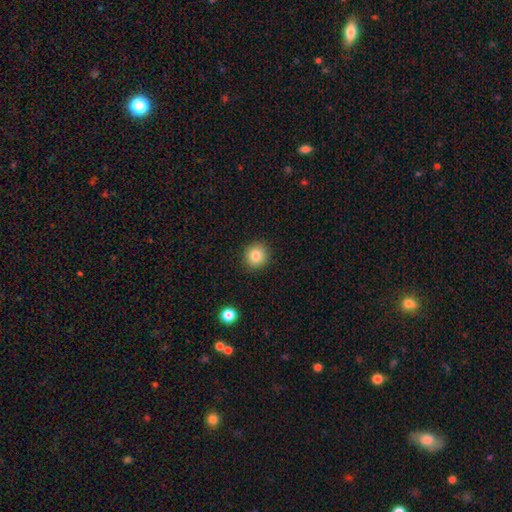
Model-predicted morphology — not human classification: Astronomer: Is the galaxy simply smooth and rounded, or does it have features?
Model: smooth — 84%.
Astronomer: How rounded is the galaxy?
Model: round — 93%.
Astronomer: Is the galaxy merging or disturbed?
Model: none — 91%.